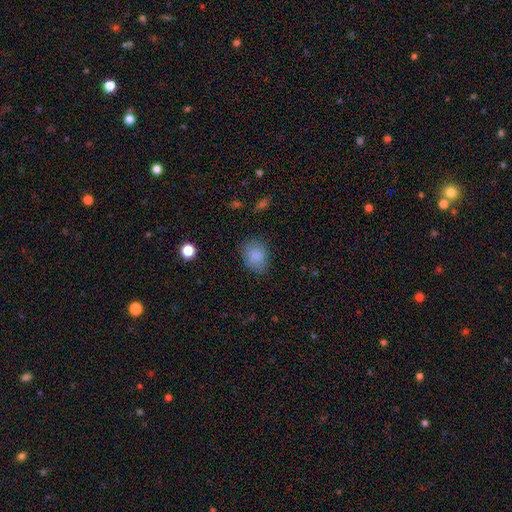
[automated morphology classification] Smooth or featured?
  - smooth: 85% *
  - star or artifact: 8%
  - featured or disk: 6%
How rounded?
  - in between: 50% *
  - round: 49%
  - cigar-shaped: 1%
Merging?
  - none: 77% *
  - minor disturbance: 17%
  - major disturbance: 5%
  - merger: 1%